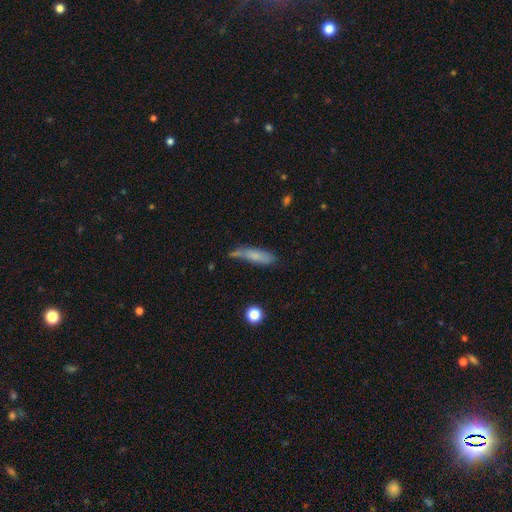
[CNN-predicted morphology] smooth 73%, featured or disk 20%, star or artifact 8%. Down the decision tree: how rounded — cigar-shaped (62%); merging — none (50%).